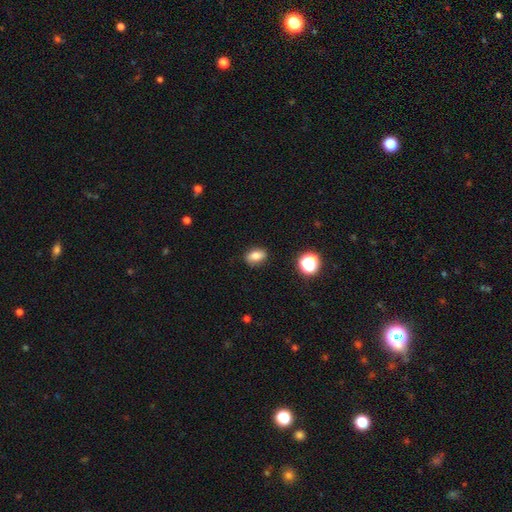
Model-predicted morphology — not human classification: A smooth galaxy with no disk features (78%) that is in between round and cigar-shaped (82%). Merging: none (84%).